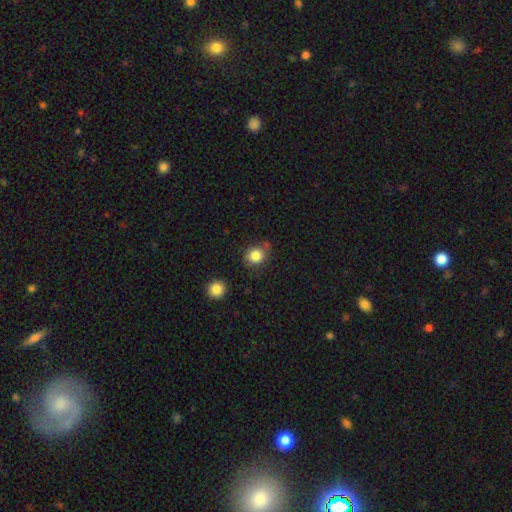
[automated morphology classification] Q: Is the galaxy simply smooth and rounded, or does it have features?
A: smooth — 84%.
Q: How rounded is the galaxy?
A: round — 76%.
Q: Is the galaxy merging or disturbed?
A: none — 74%.